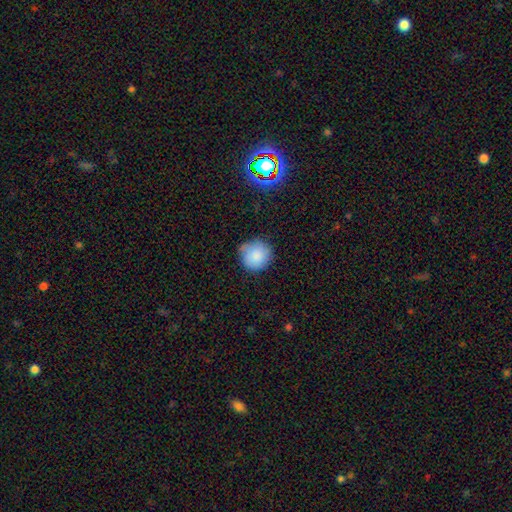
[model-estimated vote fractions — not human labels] This is clearly a smooth galaxy (85%). How rounded: clearly round (92%). Merging: likely none (69%).